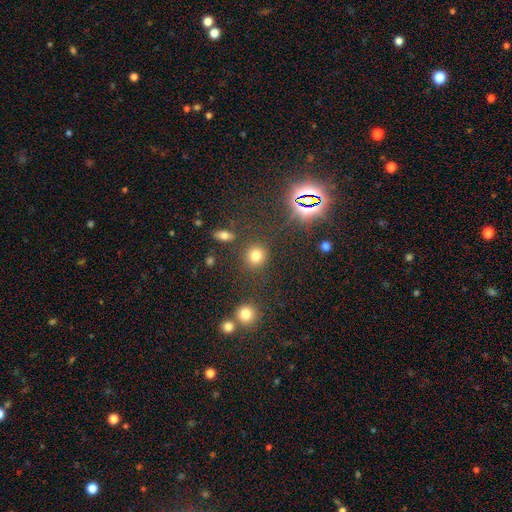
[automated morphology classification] smooth-or-featured: smooth: 75% | star or artifact: 19% | featured or disk: 7%
  how-rounded: round: 88% | in between: 11% | cigar-shaped: 1%
  merging: none: 84% | minor disturbance: 8% | merger: 5% | major disturbance: 4%